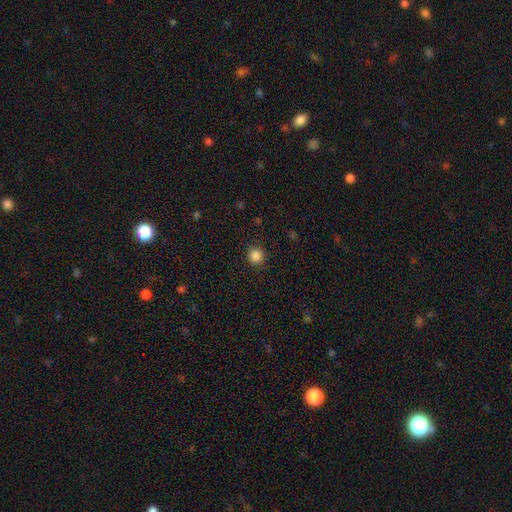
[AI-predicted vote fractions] smooth_or_featured: smooth (p=0.86) [alt: star or artifact p=0.11]
how_rounded: round (p=0.93) [alt: in between p=0.06]
merging: none (p=0.91) [alt: minor disturbance p=0.06]